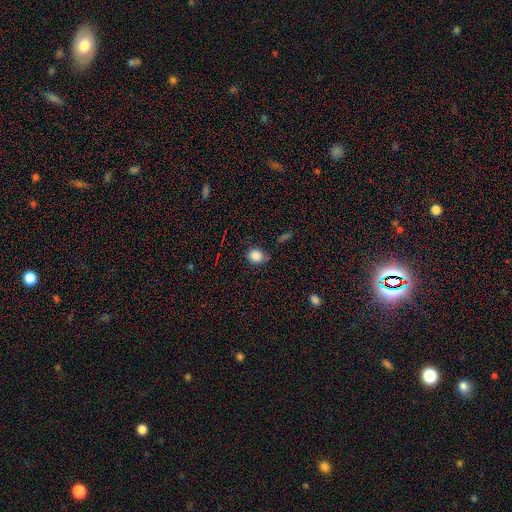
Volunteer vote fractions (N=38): Volunteers were most divided on "how rounded": round: 60%, in between: 40%, cigar-shaped: 0%. More confident: smooth or featured — smooth (92%); merging — none (69%).